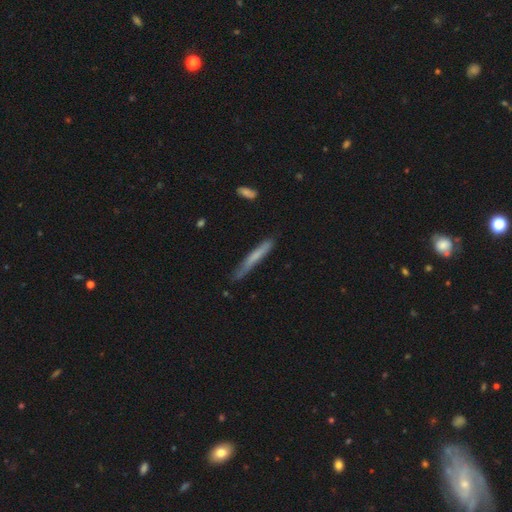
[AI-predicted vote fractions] This is likely a smooth galaxy (61%). How rounded: clearly cigar-shaped (96%). Merging: likely none (73%).